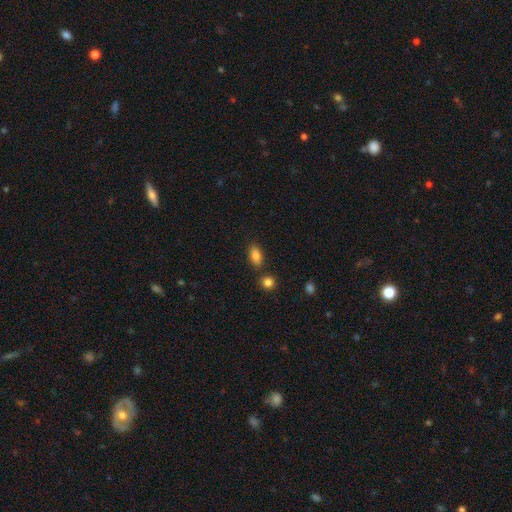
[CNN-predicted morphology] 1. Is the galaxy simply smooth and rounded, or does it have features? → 86% smooth, 9% star or artifact, 6% featured or disk.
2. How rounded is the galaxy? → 88% in between, 6% round, 6% cigar-shaped.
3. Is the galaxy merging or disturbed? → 79% none, 11% minor disturbance, 7% merger, 3% major disturbance.